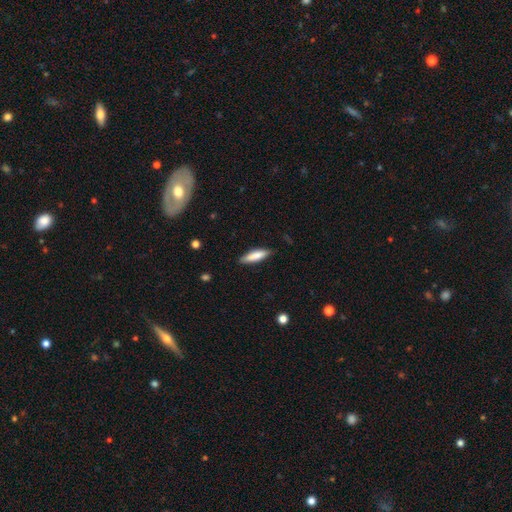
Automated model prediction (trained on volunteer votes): Smooth or featured: smooth — 78% (featured or disk — 17%)
How rounded: cigar-shaped — 67% (in between — 32%)
Merging: none — 85% (minor disturbance — 12%)